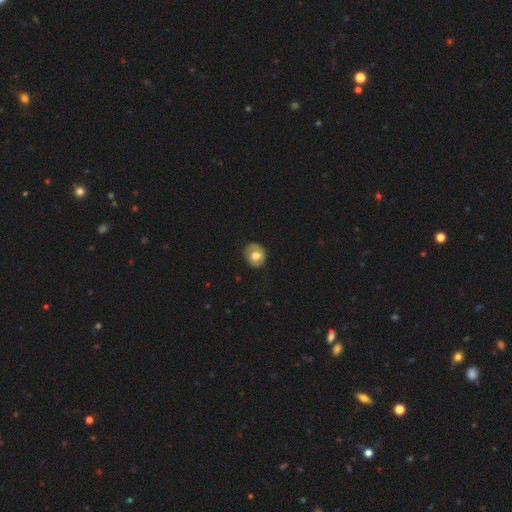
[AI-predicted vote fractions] This appears to be a smooth galaxy with no disk features (69%) that is round (77%). Merging: none (80%).